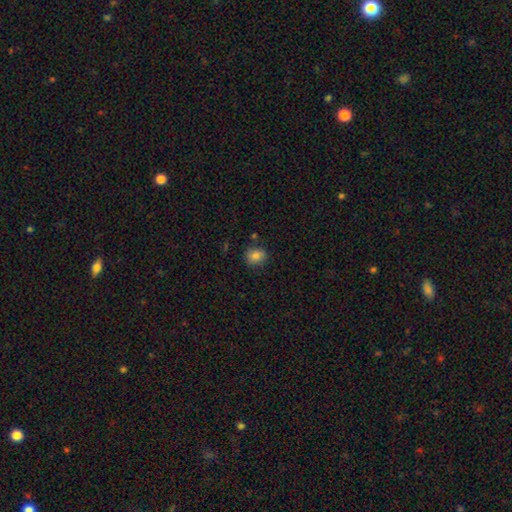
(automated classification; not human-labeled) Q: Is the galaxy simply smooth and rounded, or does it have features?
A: smooth — 83%.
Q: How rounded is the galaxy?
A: round — 72%.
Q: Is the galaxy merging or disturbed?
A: none — 81%.